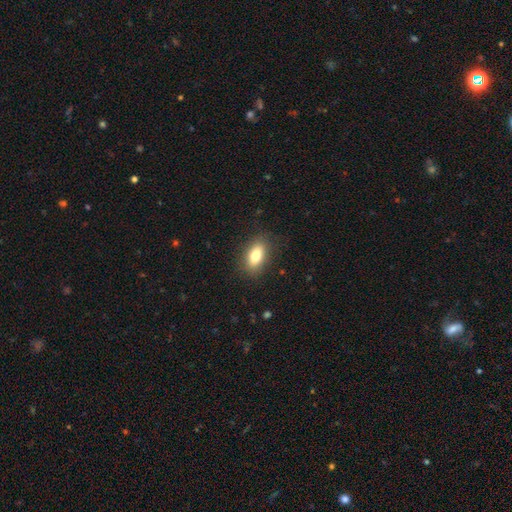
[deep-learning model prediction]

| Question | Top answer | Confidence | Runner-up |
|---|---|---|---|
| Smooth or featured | smooth | 79% | featured or disk (13%) |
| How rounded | in between | 87% | round (7%) |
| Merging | none | 85% | minor disturbance (11%) |